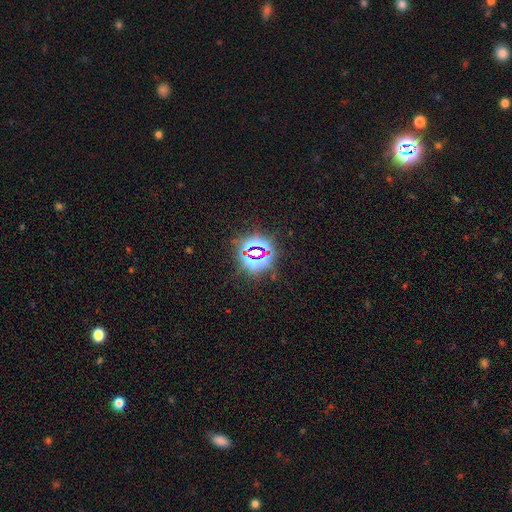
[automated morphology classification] type=star or artifact (79%).